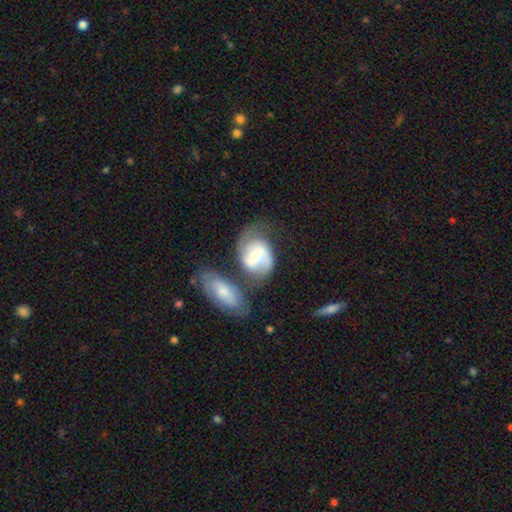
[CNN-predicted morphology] Q: Smooth or featured?
A: featured or disk (73%); runner-up: smooth (21%)
Q: Edge-on disk?
A: no (97%); runner-up: yes (3%)
Q: Bar?
A: weak (50%); runner-up: no (39%)
Q: Spiral arms?
A: yes (92%); runner-up: no (8%)
Q: Spiral winding?
A: medium (49%); runner-up: tight (30%)
Q: Spiral arm count?
A: 2 (76%); runner-up: can't tell (12%)
Q: Bulge size?
A: moderate (58%); runner-up: small (33%)
Q: Merging?
A: none (40%); runner-up: merger (33%)